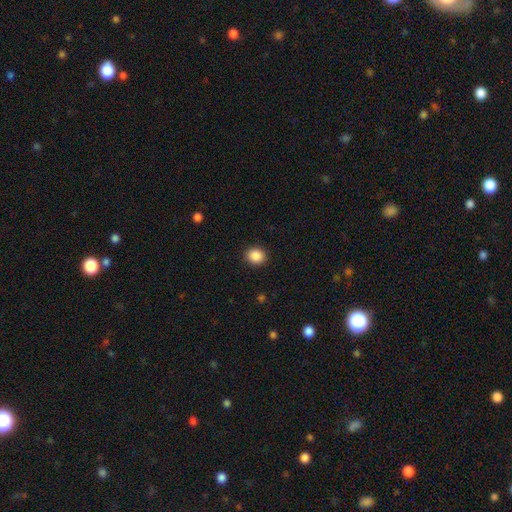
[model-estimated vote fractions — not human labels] Q: Smooth or featured?
A: smooth (88%); runner-up: star or artifact (9%)
Q: How rounded?
A: round (79%); runner-up: in between (20%)
Q: Merging?
A: none (90%); runner-up: minor disturbance (7%)